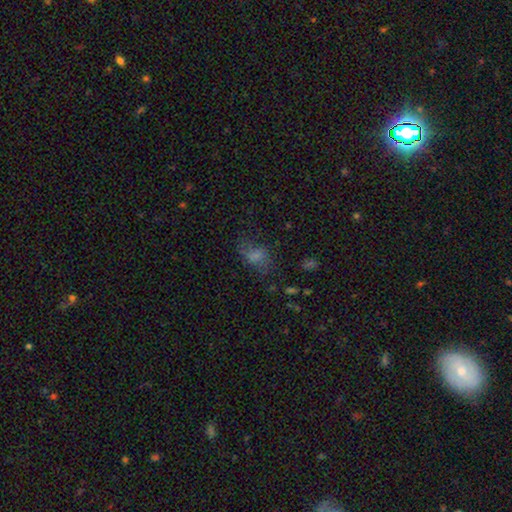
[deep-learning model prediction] This is likely a smooth galaxy (63%). How rounded: likely in between (80%). Merging: marginally none (44%).